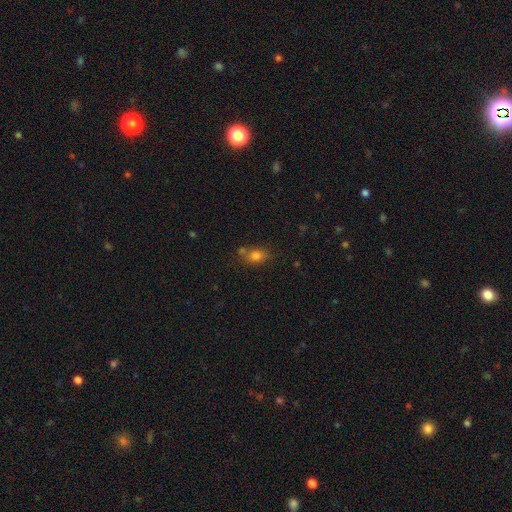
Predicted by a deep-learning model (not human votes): Smooth or featured? smooth (78%)
How rounded? in between (65%)
Merging? none (62%)